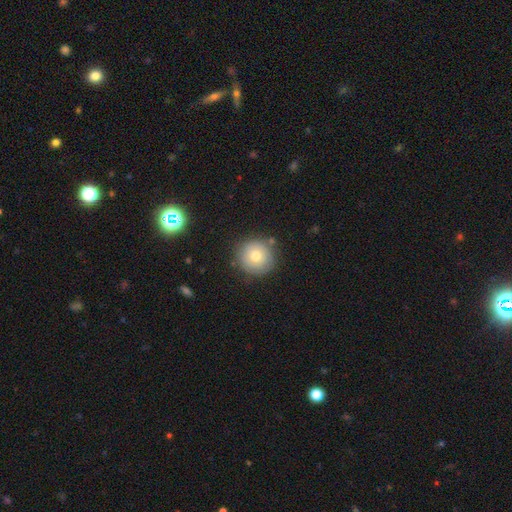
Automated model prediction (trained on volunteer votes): Smooth or featured? smooth (73%)
How rounded? round (95%)
Merging? none (83%)